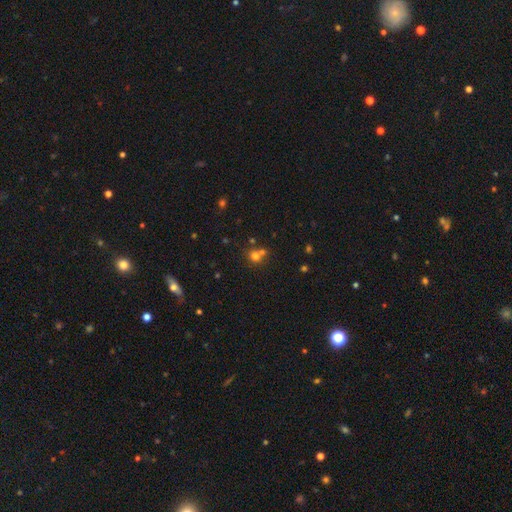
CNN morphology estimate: A smooth galaxy with no disk features (70%) that is round (85%).

Vote fractions:
- Smooth or featured? smooth: 70% / star or artifact: 20% / featured or disk: 11%
- How rounded? round: 85% / in between: 14% / cigar-shaped: 1%
- Merging? none: 49% / merger: 40% / minor disturbance: 7% / major disturbance: 3%